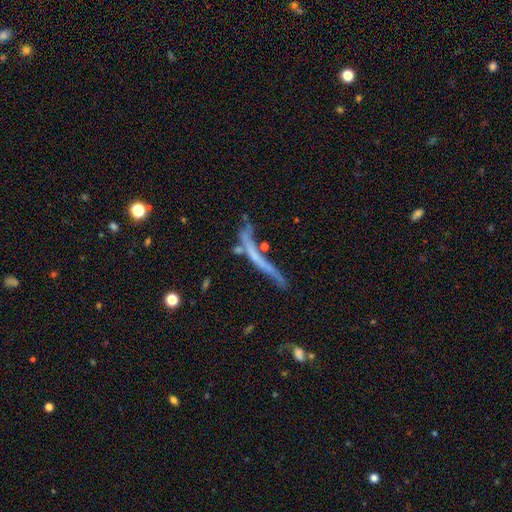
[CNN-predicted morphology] smooth_or_featured: featured or disk (p=0.55) [alt: smooth p=0.34]
disk_edge_on: yes (p=0.74) [alt: no p=0.26]
merging: none (p=0.39) [alt: major disturbance p=0.22]